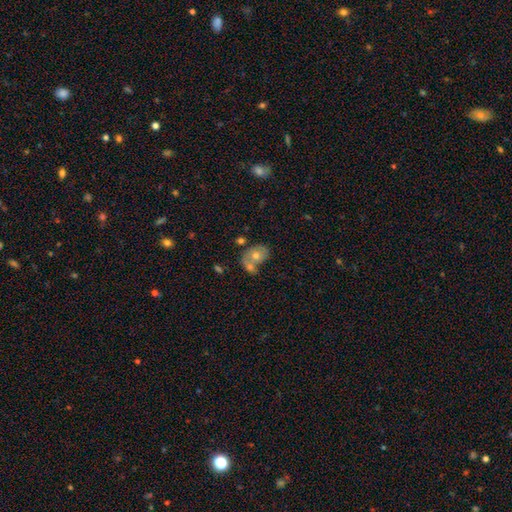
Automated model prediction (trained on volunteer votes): smooth_or_featured: smooth (p=0.44) [tied with: featured or disk p=0.44]
merging: merger (p=0.44) [alt: none p=0.36]